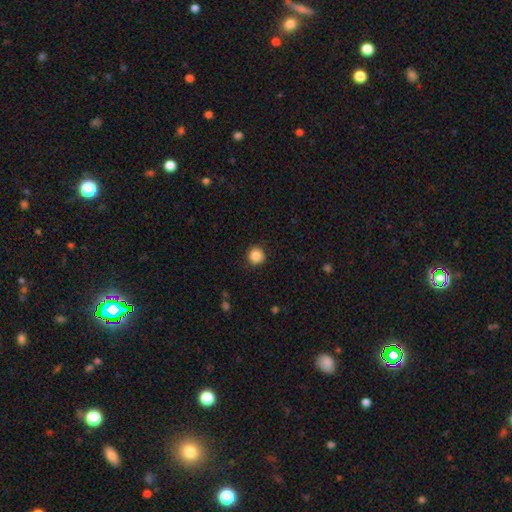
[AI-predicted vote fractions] Smooth or featured? smooth (86%)
How rounded? round (94%)
Merging? none (90%)